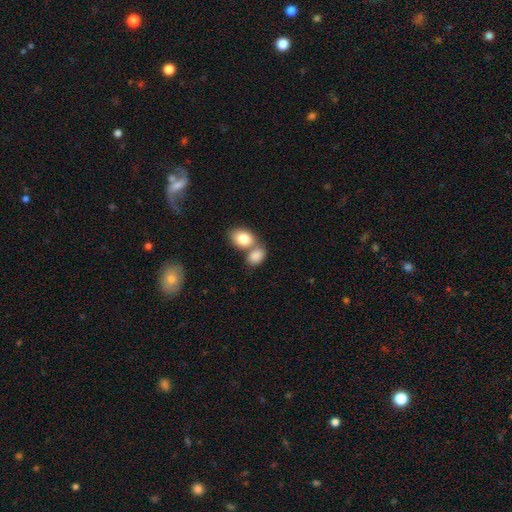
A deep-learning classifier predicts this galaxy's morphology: Q: Smooth or featured?
A: smooth (84%); runner-up: featured or disk (9%)
Q: How rounded?
A: in between (78%); runner-up: round (21%)
Q: Merging?
A: merger (54%); runner-up: none (33%)